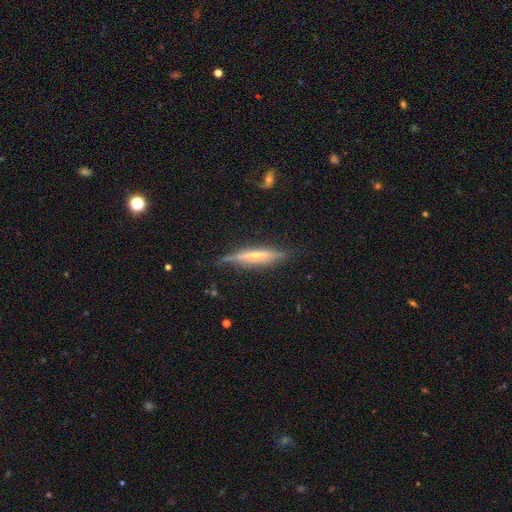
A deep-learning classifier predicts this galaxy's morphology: The model was most divided on "edge-on bulge": rounded: 55%, none: 30%, boxy: 14%. More confident: edge-on disk — yes (93%); merging — none (72%); smooth or featured — featured or disk (67%).